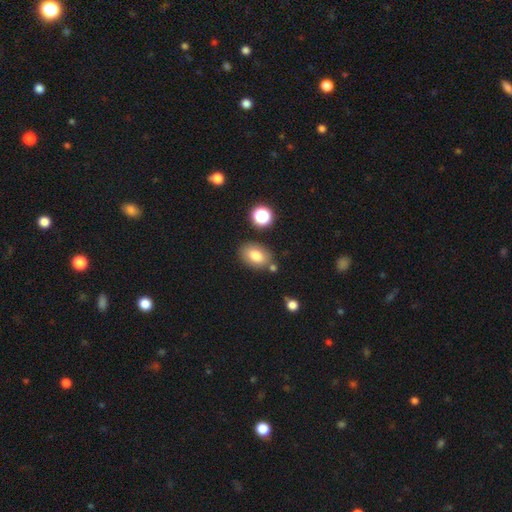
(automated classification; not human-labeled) Smooth or featured?
  - smooth: 80% *
  - featured or disk: 10%
  - star or artifact: 10%
How rounded?
  - in between: 79% *
  - round: 20%
  - cigar-shaped: 1%
Merging?
  - none: 76% *
  - minor disturbance: 13%
  - merger: 8%
  - major disturbance: 3%